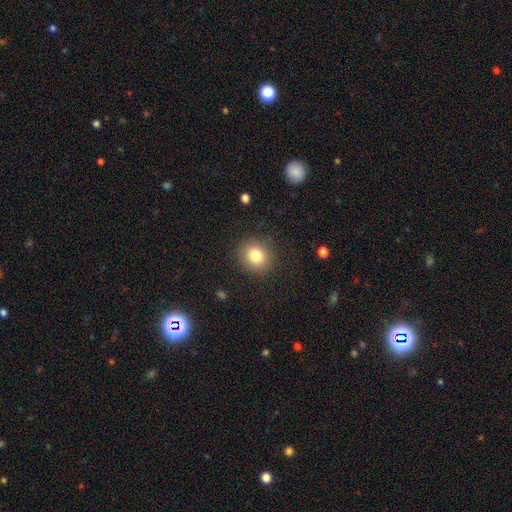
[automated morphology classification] A smooth galaxy with no disk features (81%) that is round (74%).

Vote fractions:
- Smooth or featured? smooth: 81% / star or artifact: 11% / featured or disk: 8%
- How rounded? round: 74% / in between: 25% / cigar-shaped: 1%
- Merging? none: 87% / minor disturbance: 9% / major disturbance: 3% / merger: 1%